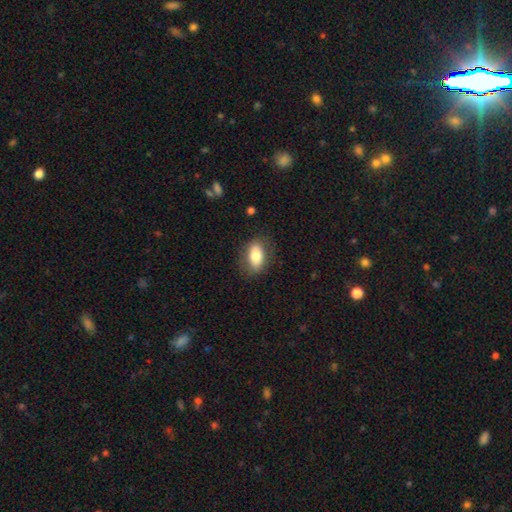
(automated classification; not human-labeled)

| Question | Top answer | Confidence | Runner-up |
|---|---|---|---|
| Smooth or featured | smooth | 76% | featured or disk (17%) |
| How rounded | in between | 88% | round (7%) |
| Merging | none | 79% | minor disturbance (14%) |